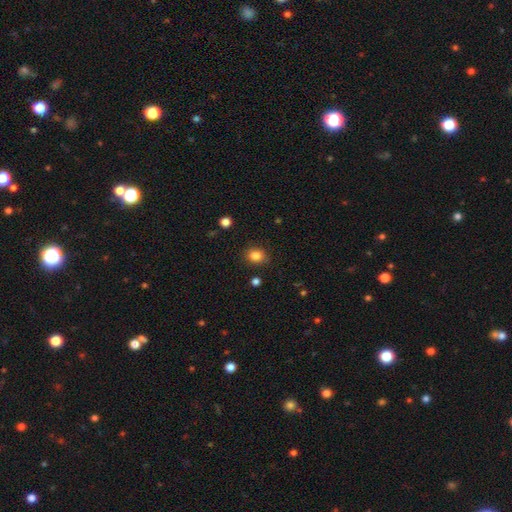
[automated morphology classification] type=smooth (84%); roundness=round (63%); merging=none (85%).